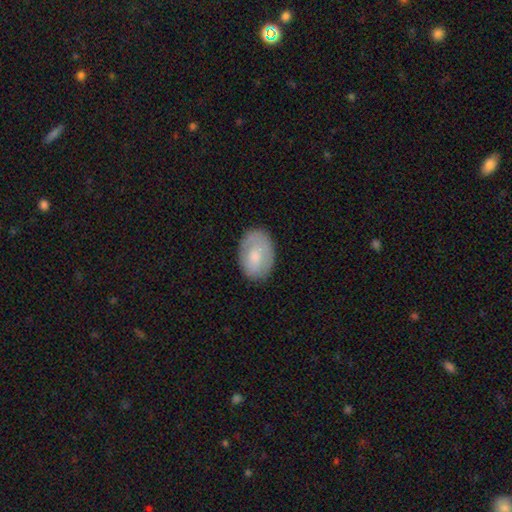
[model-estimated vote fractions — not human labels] Smooth or featured?
  - smooth: 65% *
  - featured or disk: 28%
  - star or artifact: 6%
How rounded?
  - in between: 83% *
  - round: 16%
  - cigar-shaped: 1%
Merging?
  - none: 80% *
  - minor disturbance: 15%
  - major disturbance: 4%
  - merger: 1%